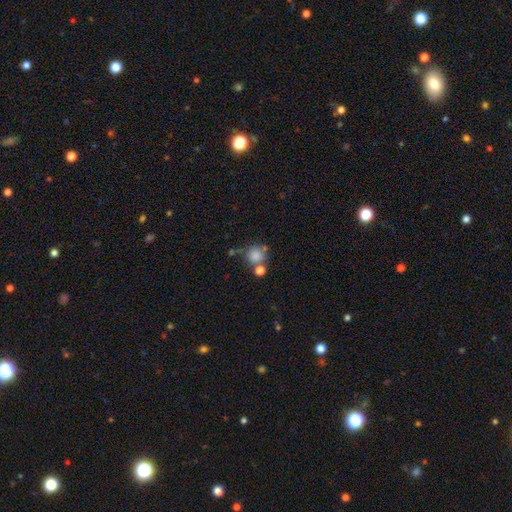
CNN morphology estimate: This is clearly a smooth galaxy (81%). How rounded: clearly round (90%). Merging: possibly none (58%).